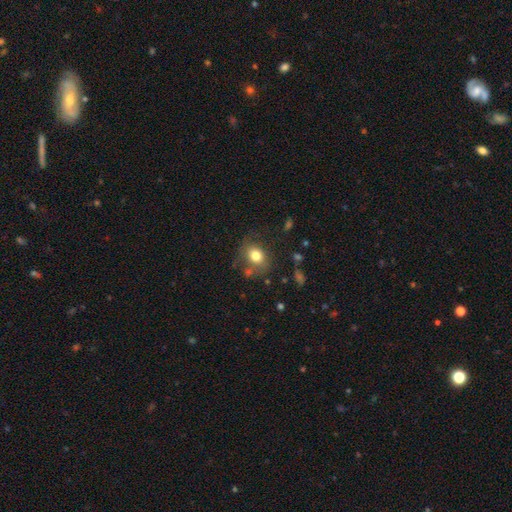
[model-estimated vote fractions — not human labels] smooth-or-featured: smooth: 78% | featured or disk: 12% | star or artifact: 10%
  how-rounded: round: 50% | in between: 49% | cigar-shaped: 1%
  merging: none: 68% | minor disturbance: 19% | major disturbance: 8% | merger: 6%